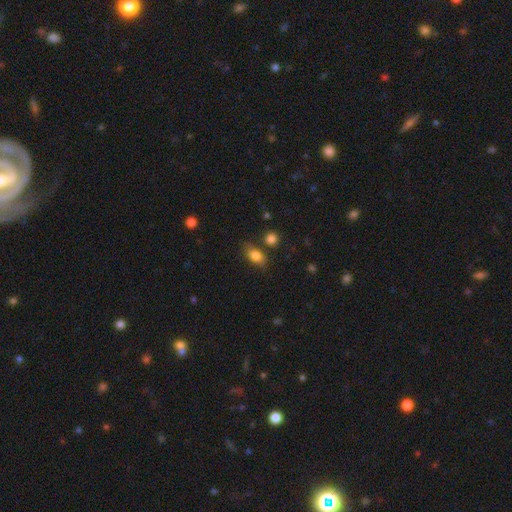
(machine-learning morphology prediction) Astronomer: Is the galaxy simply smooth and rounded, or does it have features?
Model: smooth — 81%.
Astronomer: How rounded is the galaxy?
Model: in between — 81%.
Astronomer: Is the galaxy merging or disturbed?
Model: none — 73%.